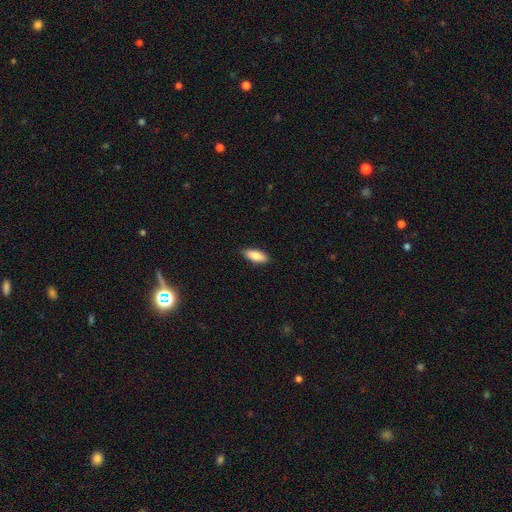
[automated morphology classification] Smooth or featured: smooth — 86% (featured or disk — 8%)
How rounded: in between — 80% (cigar-shaped — 18%)
Merging: none — 86% (minor disturbance — 11%)